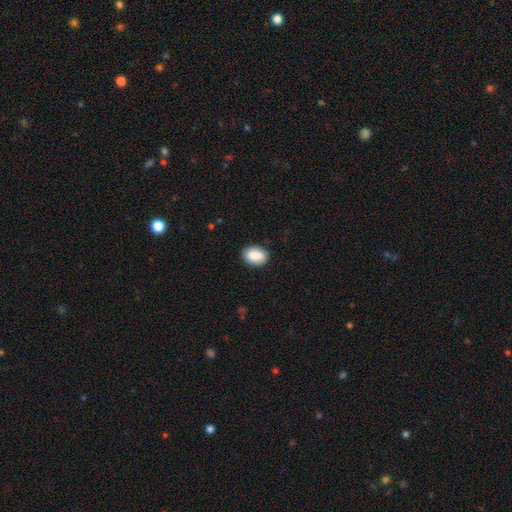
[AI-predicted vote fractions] Smooth or featured: smooth — 87% (star or artifact — 7%)
How rounded: in between — 80% (round — 19%)
Merging: none — 86% (minor disturbance — 10%)